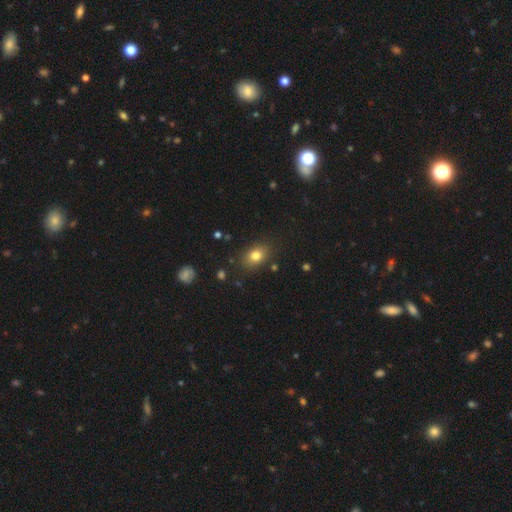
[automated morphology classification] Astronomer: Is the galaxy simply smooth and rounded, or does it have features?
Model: smooth — 79%.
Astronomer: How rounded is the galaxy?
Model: in between — 70%.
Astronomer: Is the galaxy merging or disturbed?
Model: none — 83%.